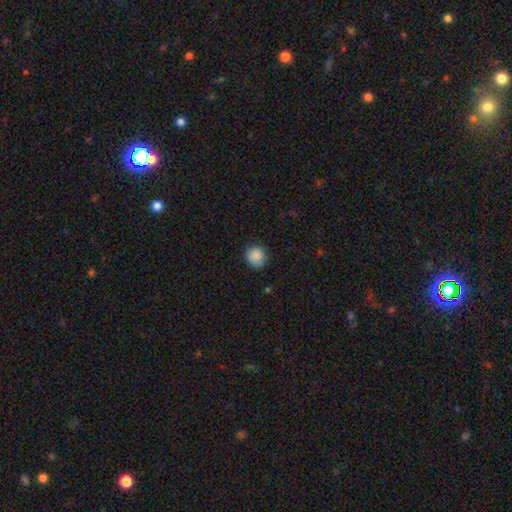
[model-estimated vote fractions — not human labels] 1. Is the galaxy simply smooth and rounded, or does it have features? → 88% smooth, 9% star or artifact, 3% featured or disk.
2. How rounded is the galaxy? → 92% round, 7% in between, 1% cigar-shaped.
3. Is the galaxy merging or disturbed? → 86% none, 10% minor disturbance, 2% major disturbance, 1% merger.